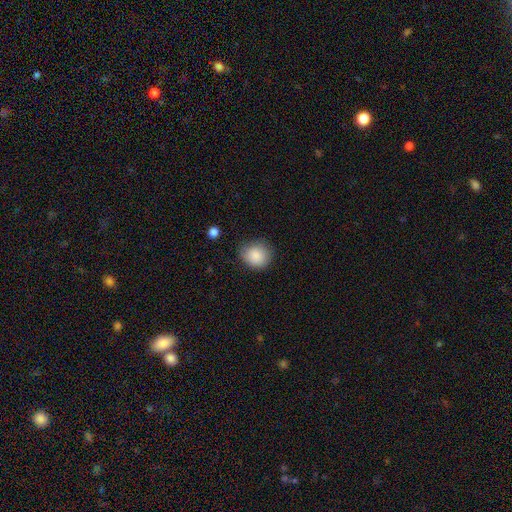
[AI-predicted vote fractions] smooth 87%, star or artifact 8%, featured or disk 5%. Down the decision tree: how rounded — round (81%); merging — none (77%).